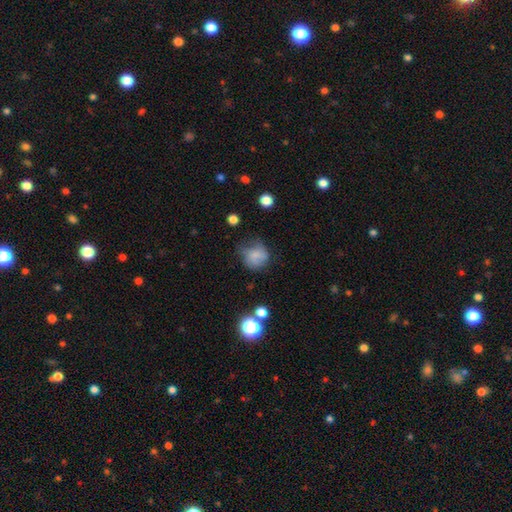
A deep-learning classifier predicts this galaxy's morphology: Smooth or featured: smooth — 70% (featured or disk — 18%)
How rounded: round — 75% (in between — 24%)
Merging: none — 48% (minor disturbance — 30%)